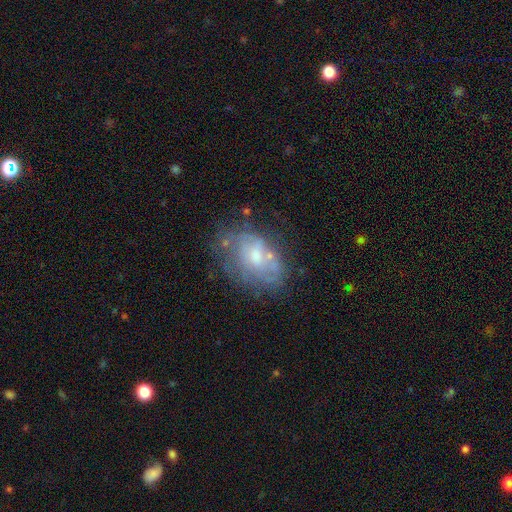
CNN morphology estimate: Q: Smooth or featured?
A: featured or disk (57%); runner-up: smooth (32%)
Q: Edge-on disk?
A: no (96%); runner-up: yes (4%)
Q: Bar?
A: no (69%); runner-up: weak (27%)
Q: Spiral arms?
A: no (62%); runner-up: yes (38%)
Q: Bulge size?
A: moderate (46%); runner-up: small (41%)
Q: Merging?
A: none (50%); runner-up: minor disturbance (25%)